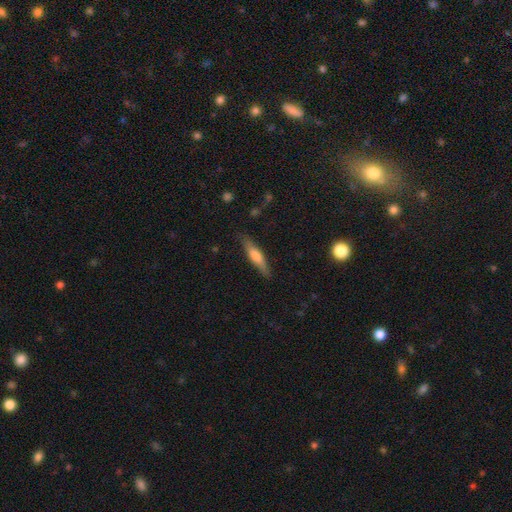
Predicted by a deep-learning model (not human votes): smooth 60%, featured or disk 34%, star or artifact 6%. Down the decision tree: how rounded — cigar-shaped (84%); merging — none (83%).